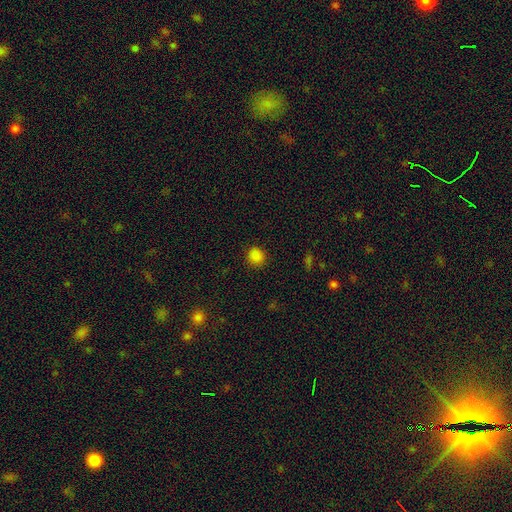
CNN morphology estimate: type=smooth (84%); roundness=round (84%); merging=none (89%).